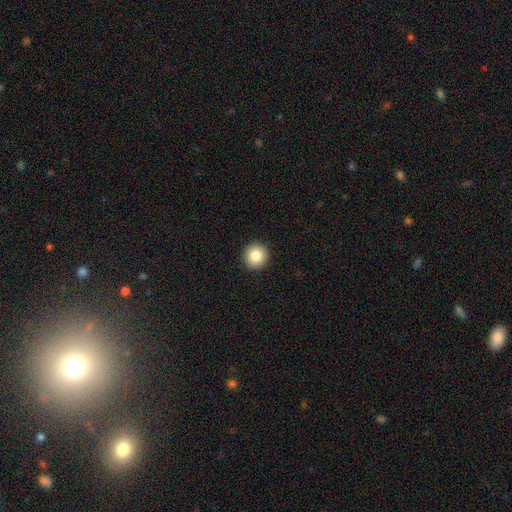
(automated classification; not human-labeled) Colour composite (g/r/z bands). It shows a smooth galaxy with no disk features (84%) that is round (94%). Merging: none (93%).